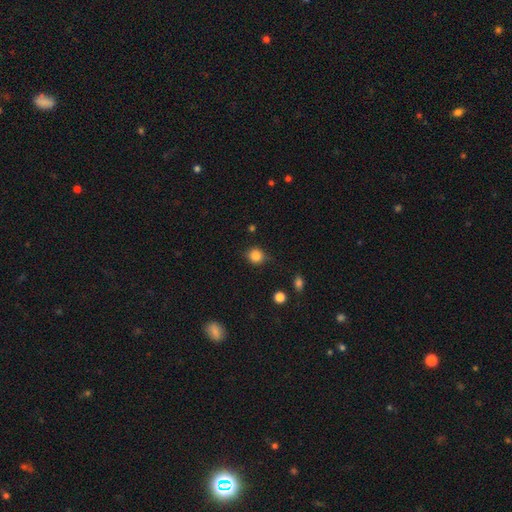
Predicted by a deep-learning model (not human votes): Smooth or featured: smooth — 85% (star or artifact — 11%)
How rounded: round — 86% (in between — 13%)
Merging: none — 81% (minor disturbance — 14%)